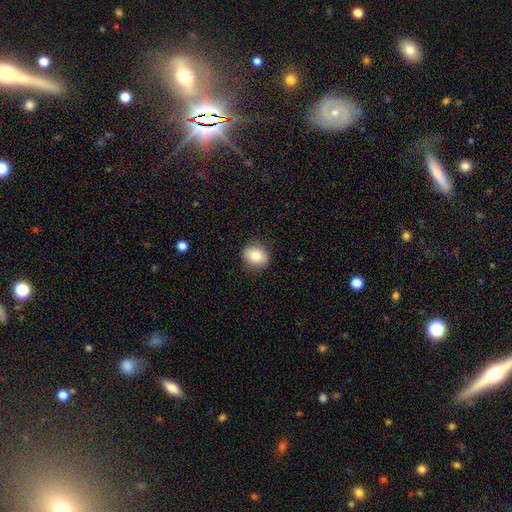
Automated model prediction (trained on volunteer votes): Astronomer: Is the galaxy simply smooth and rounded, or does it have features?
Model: smooth — 83%.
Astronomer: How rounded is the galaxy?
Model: round — 59% (runner-up: in between, 39%).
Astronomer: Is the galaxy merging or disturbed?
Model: none — 88%.